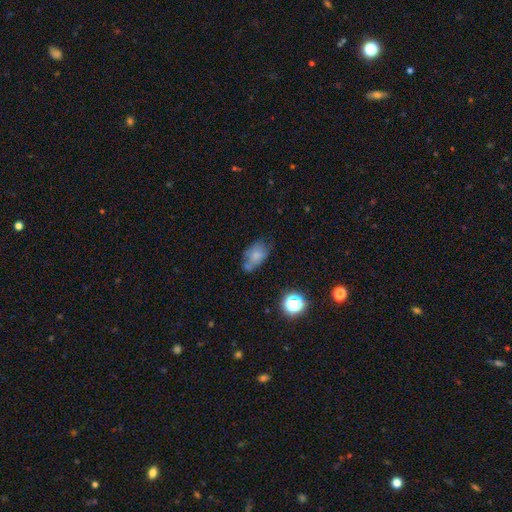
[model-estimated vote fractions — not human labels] Smooth or featured? smooth (68%)
How rounded? in between (86%)
Merging? none (44%)